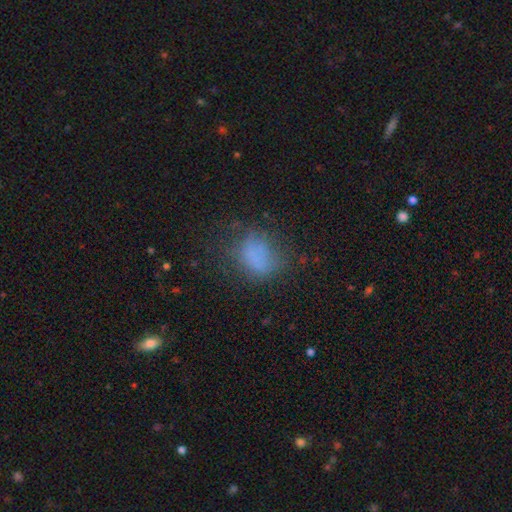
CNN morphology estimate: smooth_or_featured: smooth (p=0.68) [alt: star or artifact p=0.16]
how_rounded: in between (p=0.67) [alt: round p=0.31]
merging: none (p=0.52) [alt: minor disturbance p=0.24]